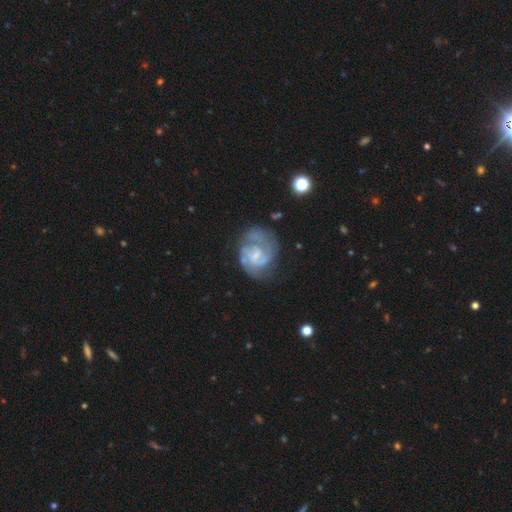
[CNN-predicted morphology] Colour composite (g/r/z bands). It shows a featured or disk galaxy (80%) with a weak bar (54%), 2 (51%) medium (43%) spiral arms (89%) and a small central bulge (43%). Merging: none (52%).